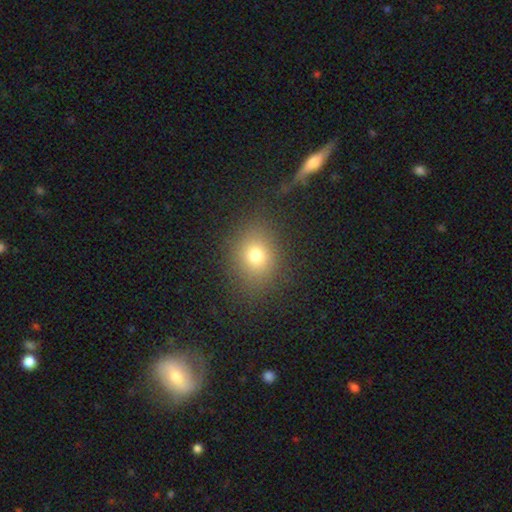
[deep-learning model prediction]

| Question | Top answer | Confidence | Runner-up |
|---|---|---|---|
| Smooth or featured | smooth | 74% | star or artifact (15%) |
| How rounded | round | 53% | in between (46%) |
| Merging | none | 83% | minor disturbance (10%) |